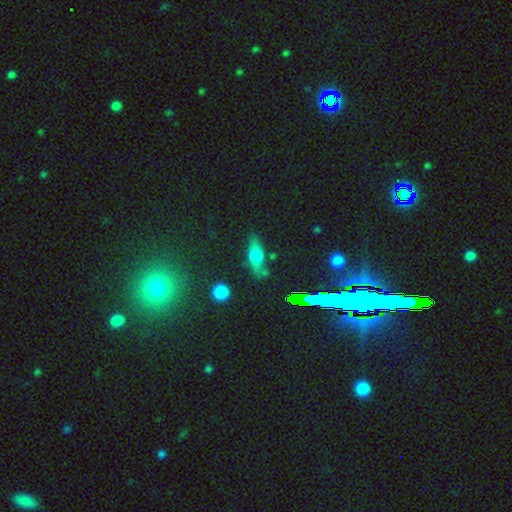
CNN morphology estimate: type=smooth (43%); merging=none (71%).